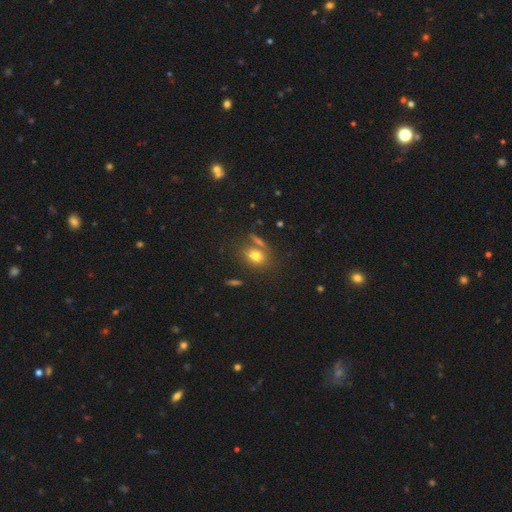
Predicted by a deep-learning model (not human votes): Smooth or featured?
  - smooth: 75% *
  - star or artifact: 12%
  - featured or disk: 12%
How rounded?
  - round: 51% *
  - in between: 46%
  - cigar-shaped: 3%
Merging?
  - none: 65% *
  - merger: 17%
  - minor disturbance: 13%
  - major disturbance: 5%